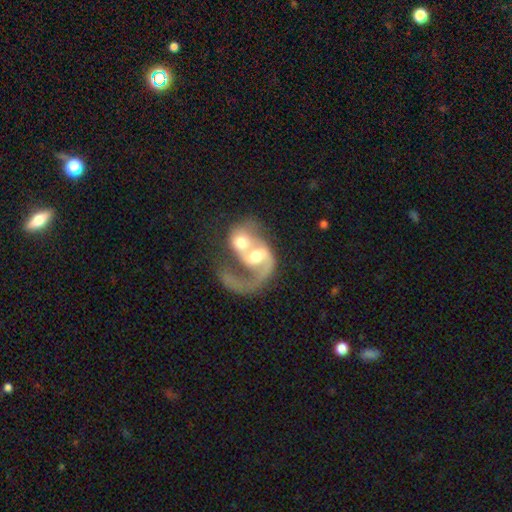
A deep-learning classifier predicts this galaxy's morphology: smooth-or-featured: featured or disk: 76% | smooth: 18% | star or artifact: 6%
  disk-edge-on: no: 97% | yes: 3%
    bar: no: 50% | weak: 36% | strong: 14%
    has-spiral-arms: yes: 86% | no: 14%
      spiral-winding: loose: 51% | medium: 36% | tight: 13%
      spiral-arm-count: 1: 60% | 2: 30% | can't tell: 7% | 3: 1% | 4: 1% | more than 4: 1%
    bulge-size: moderate: 63% | large: 18% | small: 13% | none: 3% | dominant: 2%
  merging: merger: 76% | major disturbance: 12% | none: 8% | minor disturbance: 4%